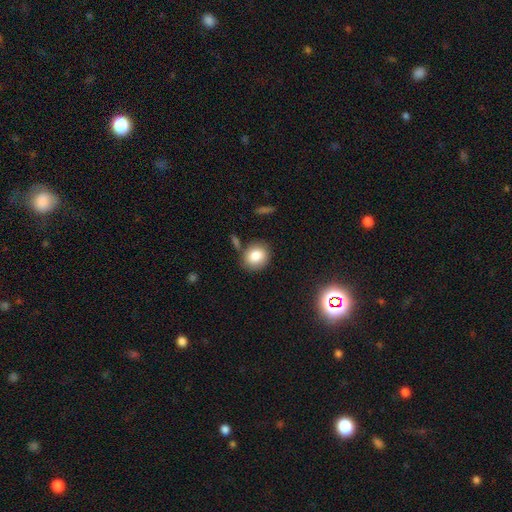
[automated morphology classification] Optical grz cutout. It shows a smooth galaxy with no disk features (83%) that is round (69%). Merging: none (77%).